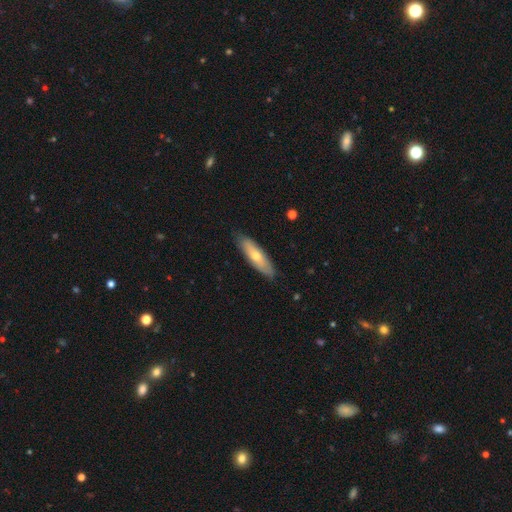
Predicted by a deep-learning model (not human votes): This appears to be a smooth galaxy with no disk features (59%) that is cigar-shaped (59%). Merging: none (87%).